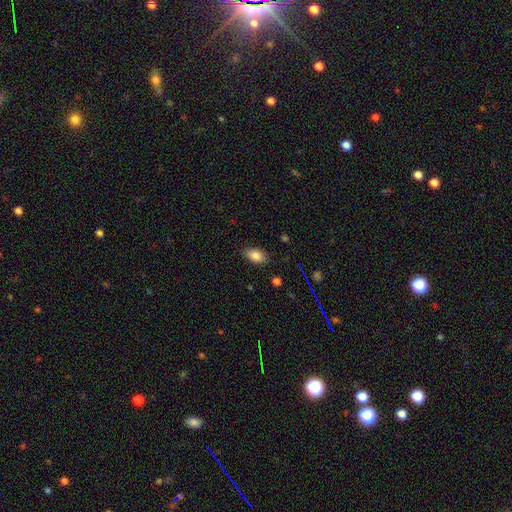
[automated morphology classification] smooth_or_featured: smooth (p=0.85) [alt: star or artifact p=0.08]
how_rounded: in between (p=0.91) [alt: round p=0.07]
merging: none (p=0.85) [alt: minor disturbance p=0.12]